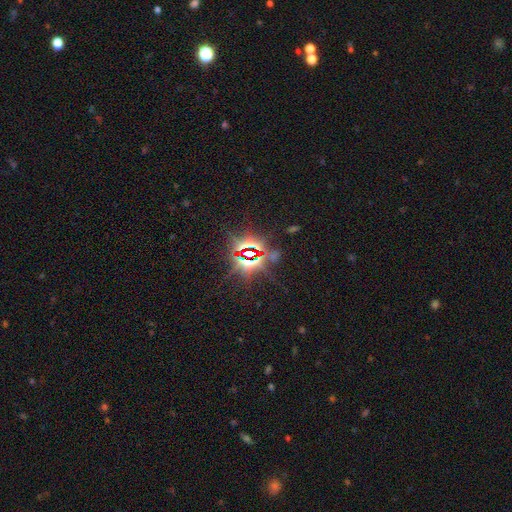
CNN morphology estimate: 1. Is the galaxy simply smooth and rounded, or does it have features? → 85% star or artifact, 8% smooth, 7% featured or disk.